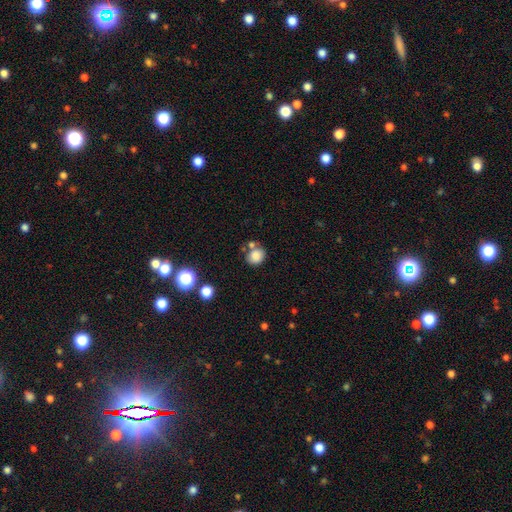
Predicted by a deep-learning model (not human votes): Q: Smooth or featured?
A: smooth (83%); runner-up: star or artifact (11%)
Q: How rounded?
A: round (71%); runner-up: in between (28%)
Q: Merging?
A: none (60%); runner-up: merger (20%)